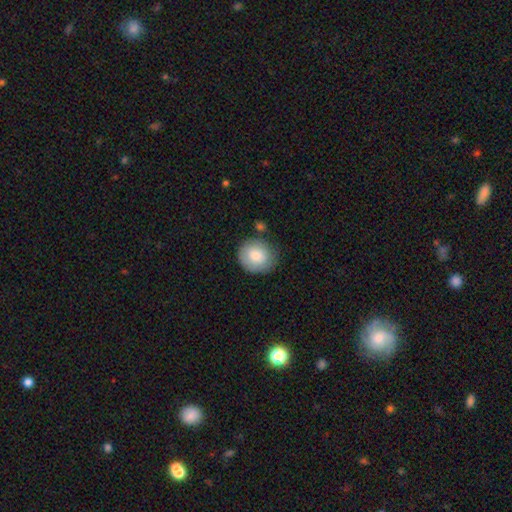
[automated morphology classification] Smooth or featured? smooth (79%)
How rounded? round (79%)
Merging? none (72%)